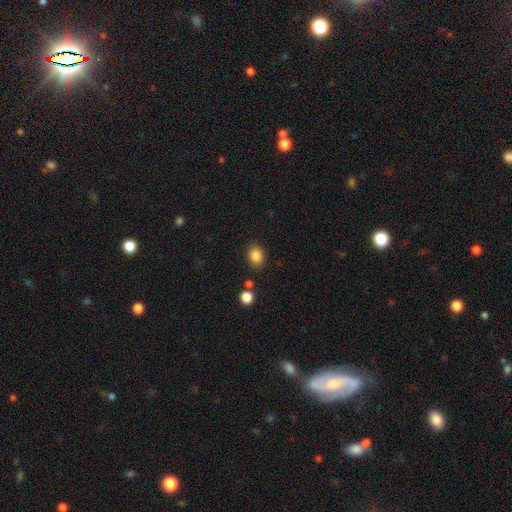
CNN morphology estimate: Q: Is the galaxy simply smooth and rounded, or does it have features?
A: smooth — 85%.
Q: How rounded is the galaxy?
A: in between — 58%.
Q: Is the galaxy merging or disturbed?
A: none — 83%.